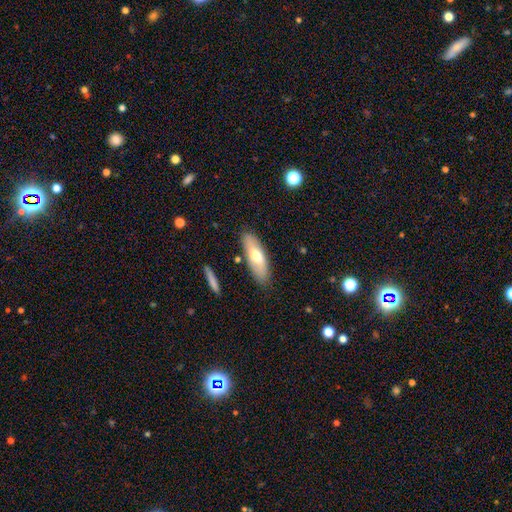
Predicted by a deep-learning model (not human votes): Overall: smooth (62%; featured or disk 32%). How rounded: in between (66%; cigar-shaped 32%). Merging: none (80%).